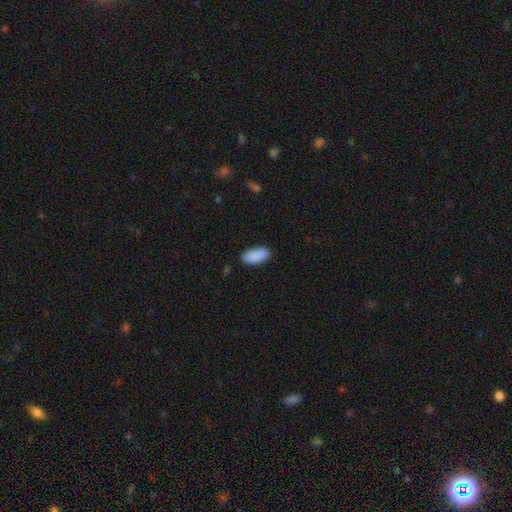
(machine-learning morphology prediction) Smooth or featured: smooth — 90% (star or artifact — 6%)
How rounded: in between — 89% (cigar-shaped — 9%)
Merging: none — 85% (minor disturbance — 11%)